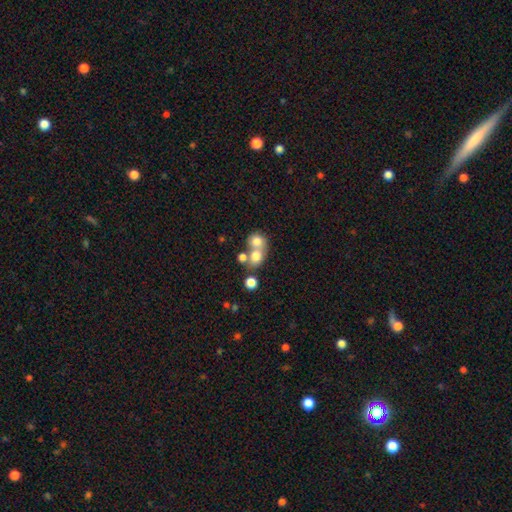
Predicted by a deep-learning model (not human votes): Smooth or featured? smooth (72%)
How rounded? round (67%)
Merging? merger (58%)